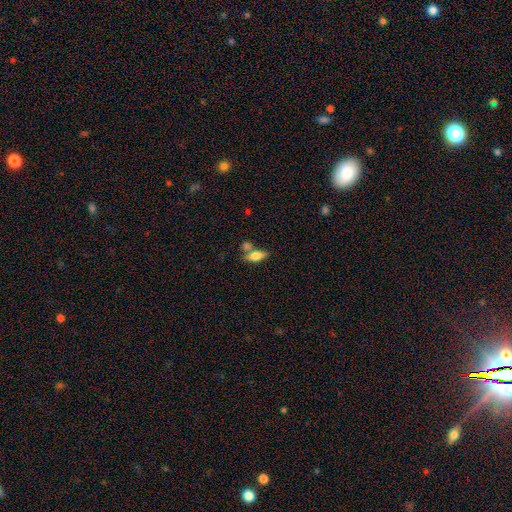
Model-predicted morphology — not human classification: Overall: smooth (67%). How rounded: in between (76%). Merging: none (52%; merger 29%).